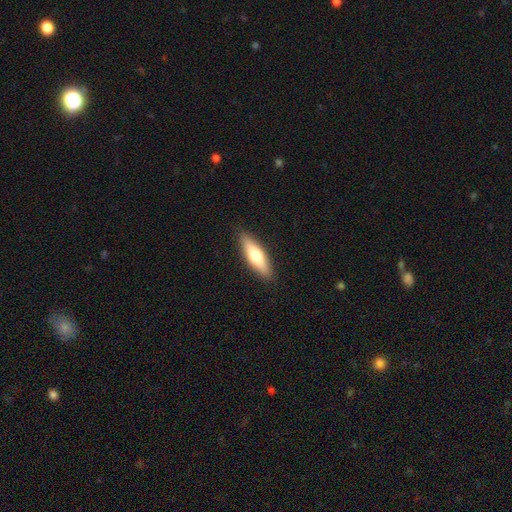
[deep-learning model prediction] Morphology: type=smooth (63%); roundness=cigar-shaped (61%); merging=none (89%).